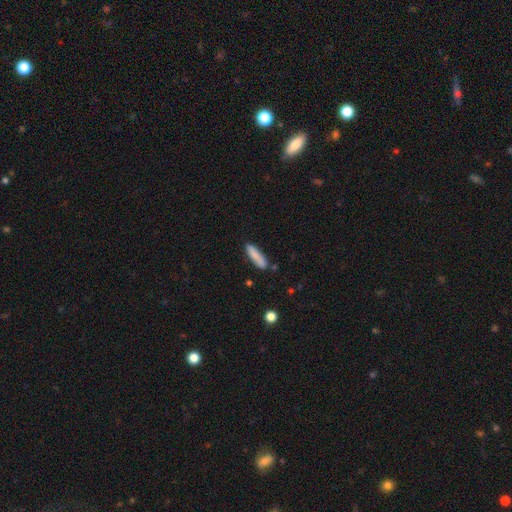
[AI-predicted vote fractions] Overall: smooth (85%). How rounded: cigar-shaped (71%). Merging: none (80%).